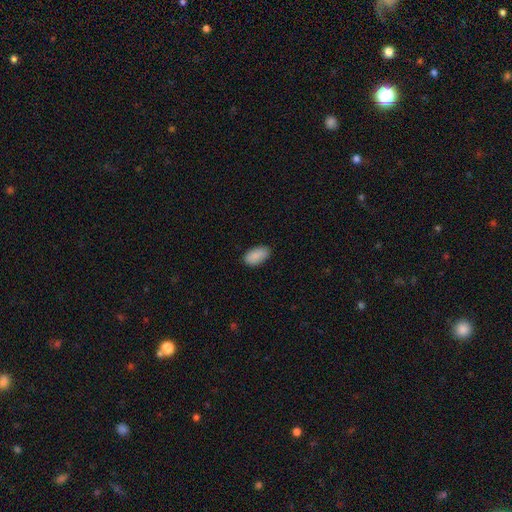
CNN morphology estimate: Smooth or featured?
  - smooth: 89% *
  - star or artifact: 7%
  - featured or disk: 4%
How rounded?
  - in between: 94% *
  - round: 3%
  - cigar-shaped: 2%
Merging?
  - none: 84% *
  - minor disturbance: 13%
  - major disturbance: 2%
  - merger: 1%